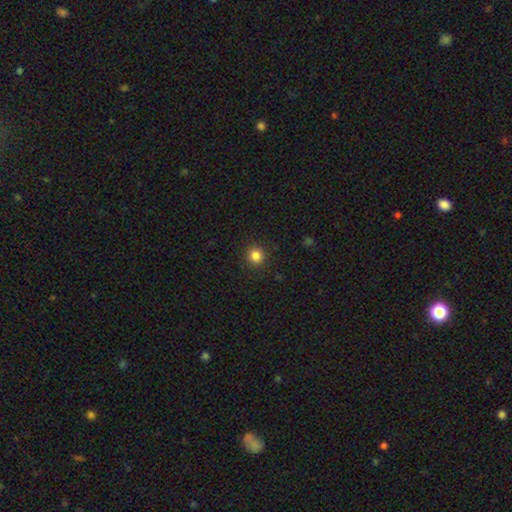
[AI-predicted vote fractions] A smooth galaxy with no disk features (84%) that is round (93%).

Vote fractions:
- Smooth or featured? smooth: 84% / star or artifact: 12% / featured or disk: 4%
- How rounded? round: 93% / in between: 6% / cigar-shaped: 1%
- Merging? none: 92% / minor disturbance: 5% / major disturbance: 2% / merger: 1%